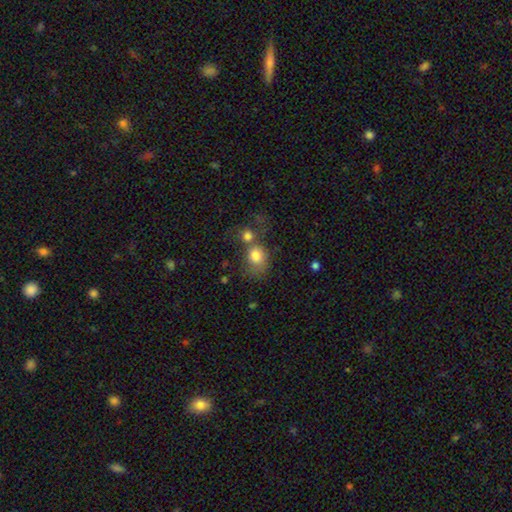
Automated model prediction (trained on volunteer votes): Smooth or featured?
  - smooth: 80% *
  - featured or disk: 11%
  - star or artifact: 9%
How rounded?
  - round: 56% *
  - in between: 43%
  - cigar-shaped: 1%
Merging?
  - merger: 48% *
  - none: 29%
  - minor disturbance: 12%
  - major disturbance: 11%